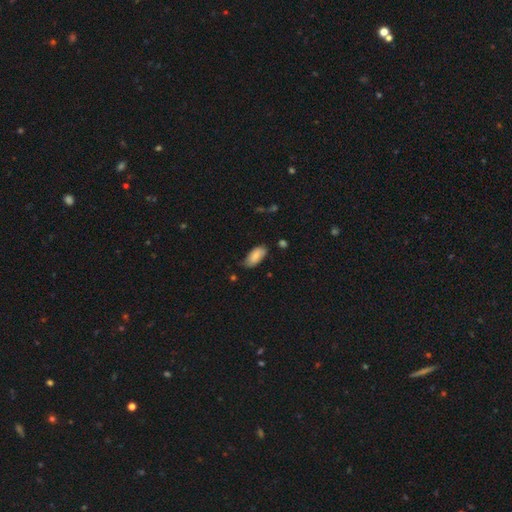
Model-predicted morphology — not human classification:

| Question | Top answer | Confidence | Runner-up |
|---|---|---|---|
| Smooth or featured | smooth | 82% | featured or disk (12%) |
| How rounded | in between | 91% | cigar-shaped (7%) |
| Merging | none | 69% | minor disturbance (25%) |